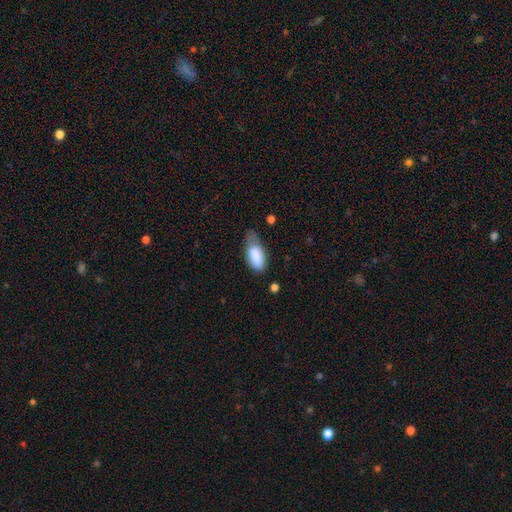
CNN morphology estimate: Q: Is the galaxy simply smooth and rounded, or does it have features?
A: smooth — 85%.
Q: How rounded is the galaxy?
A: in between — 90%.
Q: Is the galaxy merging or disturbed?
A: minor disturbance — 44%.